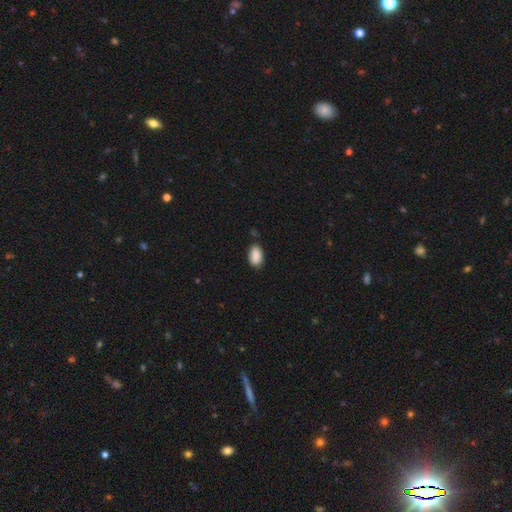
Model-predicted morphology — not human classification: type=smooth (89%); roundness=in between (93%); merging=none (78%).